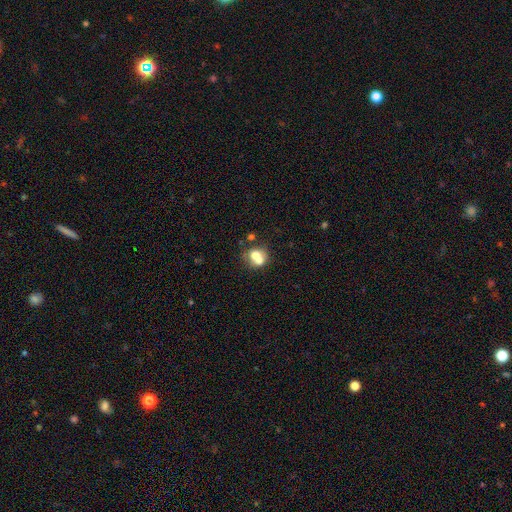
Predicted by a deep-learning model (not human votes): Smooth or featured? smooth (64%)
How rounded? round (72%)
Merging? merger (54%)